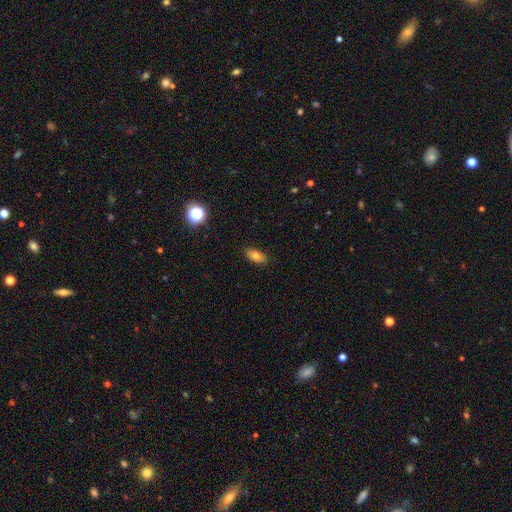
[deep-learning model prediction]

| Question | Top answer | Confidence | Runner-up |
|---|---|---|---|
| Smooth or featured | smooth | 78% | featured or disk (12%) |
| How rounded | in between | 86% | cigar-shaped (9%) |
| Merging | none | 87% | minor disturbance (9%) |